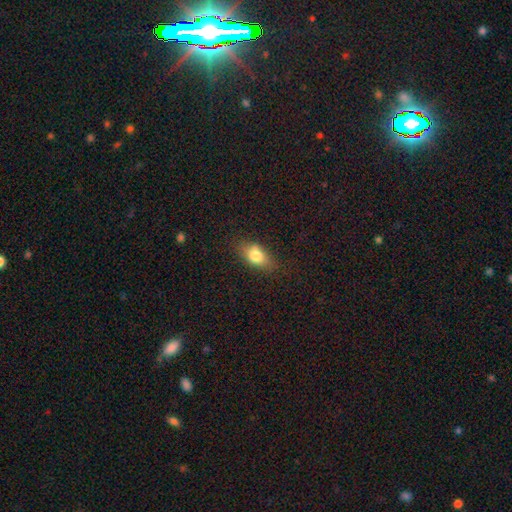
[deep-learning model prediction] Smooth or featured? Predicted: smooth (p=0.78). How rounded? Predicted: in between (p=0.82). Merging? Predicted: none (p=0.76).